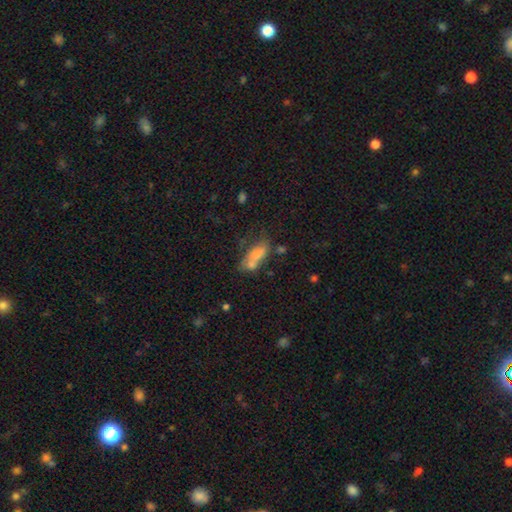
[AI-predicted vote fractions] A smooth galaxy with no disk features (68%) that is in between round and cigar-shaped (75%).

Vote fractions:
- Smooth or featured? smooth: 68% / featured or disk: 22% / star or artifact: 10%
- How rounded? in between: 75% / cigar-shaped: 20% / round: 5%
- Merging? merger: 38% / none: 33% / minor disturbance: 18% / major disturbance: 11%